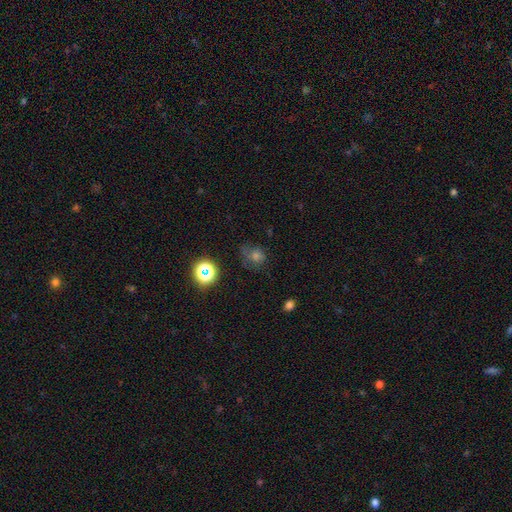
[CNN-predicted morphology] This is possibly a smooth galaxy (50%). Merging: possibly none (58%).